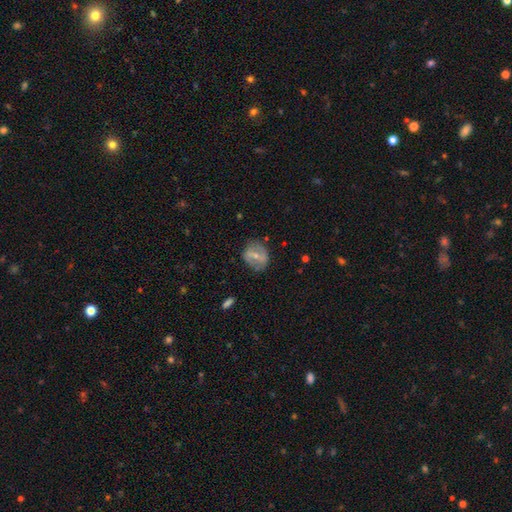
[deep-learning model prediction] Morphology: type=featured or disk (56%); edge-on=no (94%); bar=strong (42%); spiral arms=no (55%); bulge=small (53%); merging=none (70%).